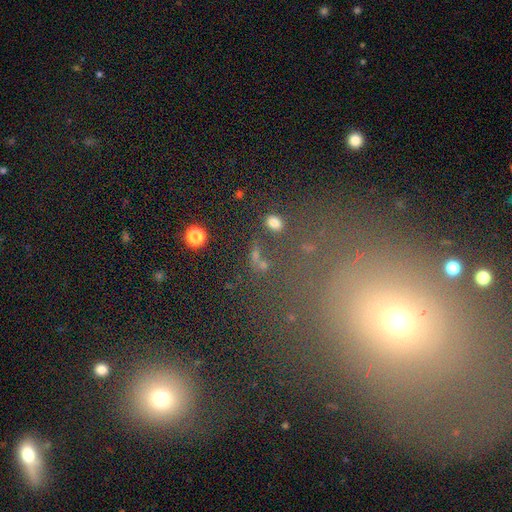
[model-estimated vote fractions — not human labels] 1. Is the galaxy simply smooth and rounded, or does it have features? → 54% smooth, 31% star or artifact, 15% featured or disk.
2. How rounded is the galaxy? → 48% in between, 44% round, 8% cigar-shaped.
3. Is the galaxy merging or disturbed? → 69% none, 12% minor disturbance, 10% merger, 8% major disturbance.